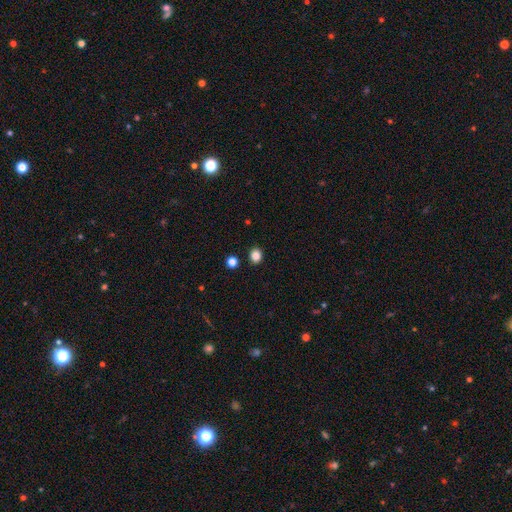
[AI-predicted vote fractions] Smooth or featured: smooth — 84% (star or artifact — 12%)
How rounded: round — 68% (in between — 31%)
Merging: none — 89% (minor disturbance — 6%)